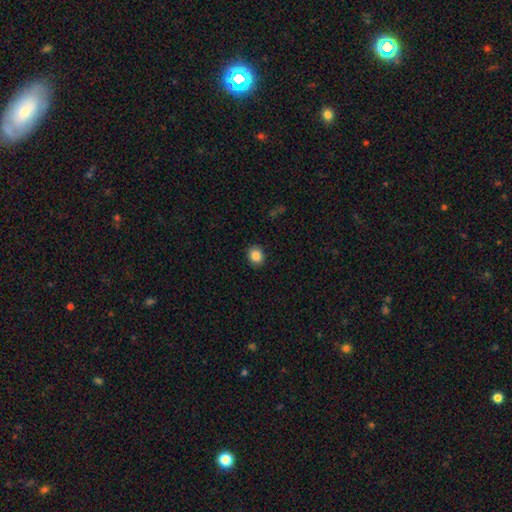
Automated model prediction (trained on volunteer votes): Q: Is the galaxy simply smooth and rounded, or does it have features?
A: smooth — 85%.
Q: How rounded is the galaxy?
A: round — 65%.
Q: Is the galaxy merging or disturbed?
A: none — 90%.